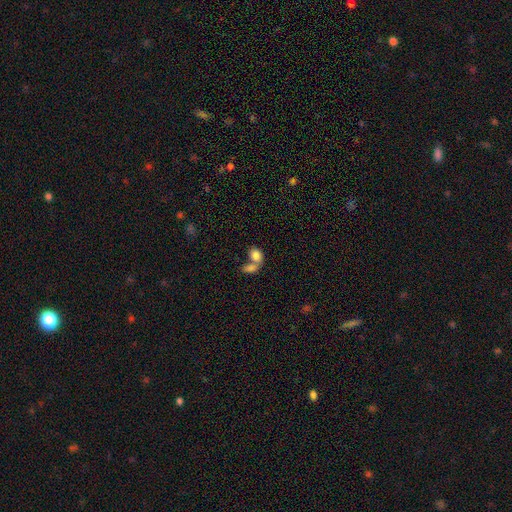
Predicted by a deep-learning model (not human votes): A smooth galaxy with no disk features (81%) that is in between round and cigar-shaped (74%). Merging: merger (64%).